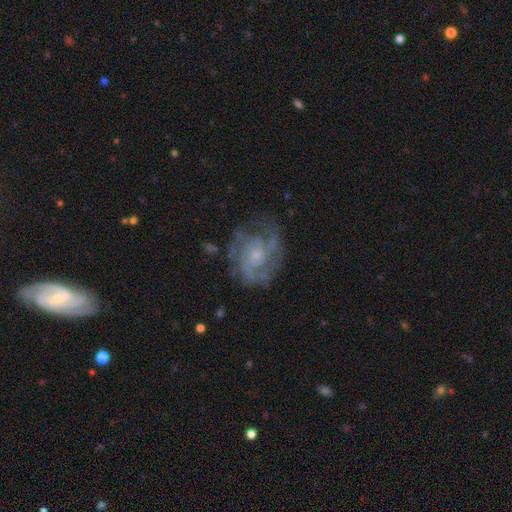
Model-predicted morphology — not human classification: smooth-or-featured: featured or disk: 82% | smooth: 11% | star or artifact: 7%
  disk-edge-on: no: 98% | yes: 2%
    bar: no: 74% | weak: 23% | strong: 3%
    has-spiral-arms: yes: 92% | no: 8%
      spiral-winding: tight: 45% | medium: 42% | loose: 13%
      spiral-arm-count: 2: 29% | can't tell: 27% | 3: 26% | 4: 8% | 1: 5% | more than 4: 5%
    bulge-size: small: 68% | moderate: 23% | none: 6% | large: 2% | dominant: 1%
  merging: none: 68% | minor disturbance: 19% | major disturbance: 12% | merger: 2%